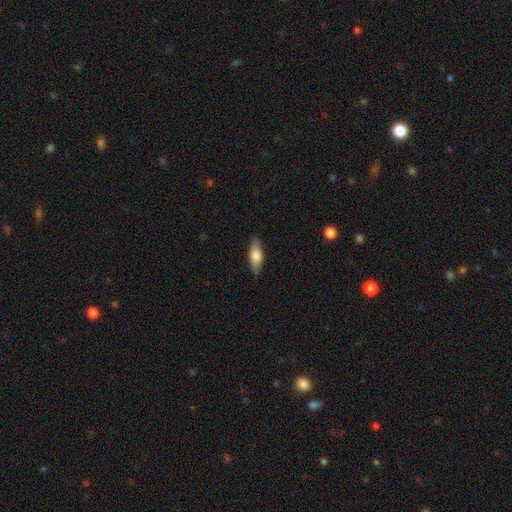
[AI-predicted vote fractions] Morphology: type=smooth (73%); roundness=in between (69%); merging=none (85%).